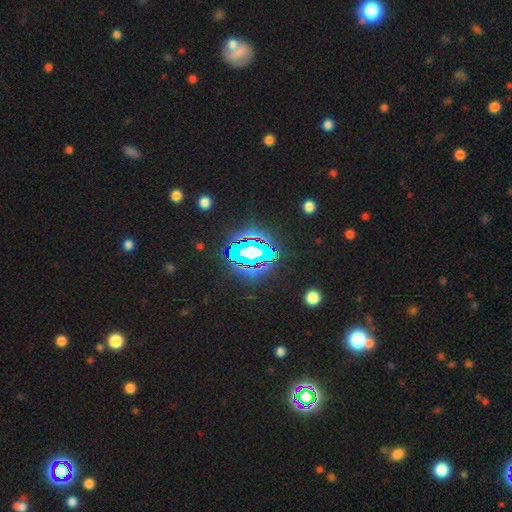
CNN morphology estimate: type=star or artifact (72%).